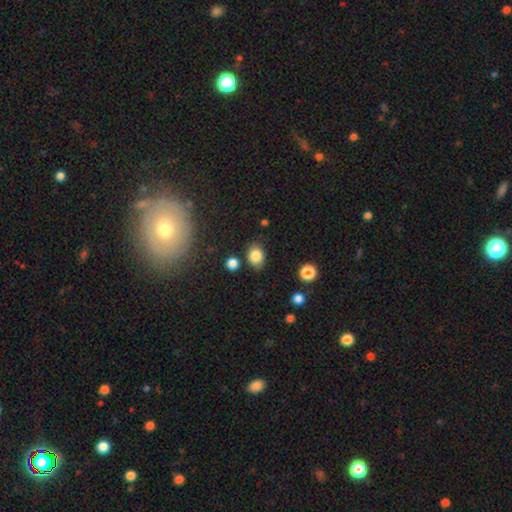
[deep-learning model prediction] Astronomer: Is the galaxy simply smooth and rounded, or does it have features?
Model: smooth — 83%.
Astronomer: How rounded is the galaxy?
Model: in between — 64%.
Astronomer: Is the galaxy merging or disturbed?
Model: none — 79%.